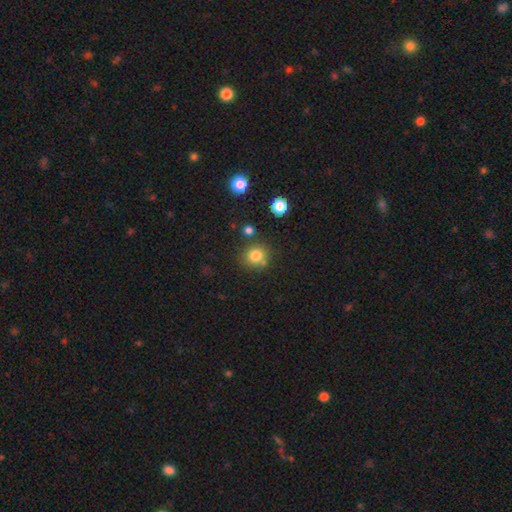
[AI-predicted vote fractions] A smooth galaxy with no disk features (81%) that is round (87%).

Vote fractions:
- Smooth or featured? smooth: 81% / star or artifact: 13% / featured or disk: 7%
- How rounded? round: 87% / in between: 12% / cigar-shaped: 1%
- Merging? none: 75% / minor disturbance: 11% / merger: 10% / major disturbance: 4%